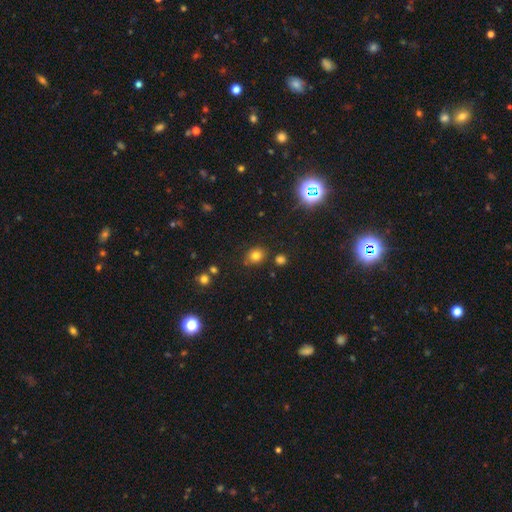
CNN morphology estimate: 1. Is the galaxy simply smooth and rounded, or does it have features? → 77% smooth, 15% star or artifact, 7% featured or disk.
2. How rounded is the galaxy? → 61% round, 38% in between, 1% cigar-shaped.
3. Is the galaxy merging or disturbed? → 79% none, 12% minor disturbance, 5% merger, 3% major disturbance.